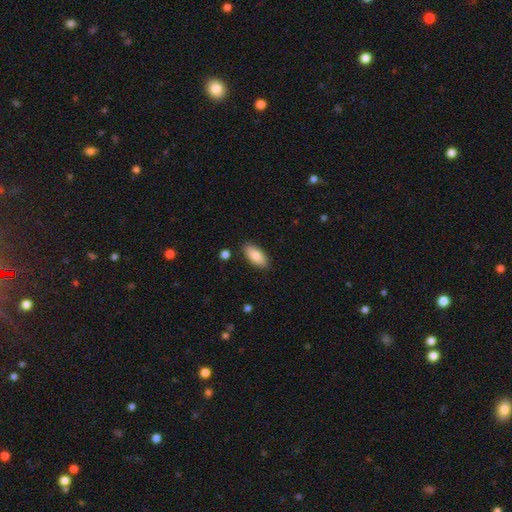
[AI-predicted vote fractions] Smooth or featured? Predicted: smooth (p=0.85). How rounded? Predicted: in between (p=0.88). Merging? Predicted: none (p=0.87).